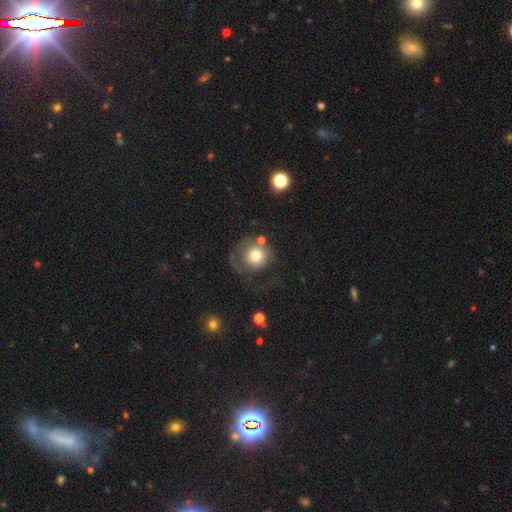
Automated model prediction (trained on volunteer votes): smooth 63%, featured or disk 28%, star or artifact 9%. Down the decision tree: how rounded — round (88%); merging — none (39%).